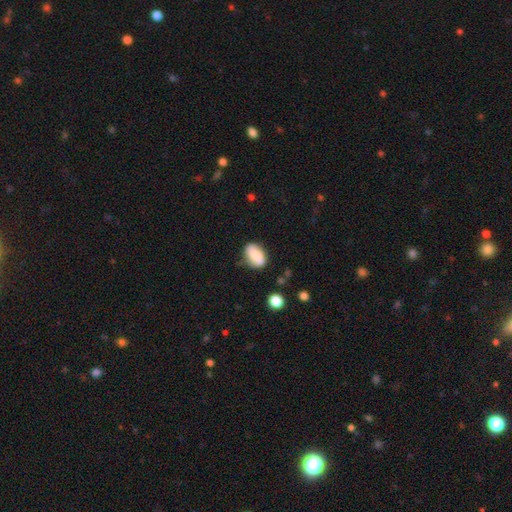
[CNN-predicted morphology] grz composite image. It shows a smooth galaxy with no disk features (76%) that is in between round and cigar-shaped (86%). Merging: none (63%).